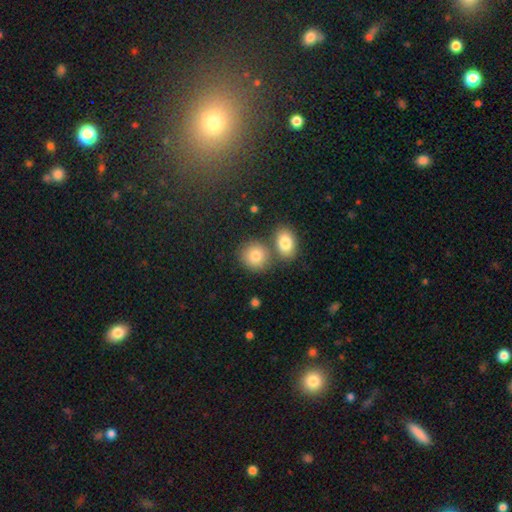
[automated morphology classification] smooth 82%, star or artifact 9%, featured or disk 9%. Down the decision tree: how rounded — round (74%); merging — none (64%).